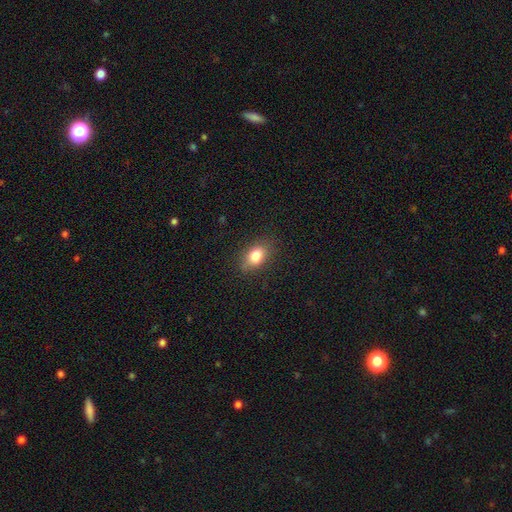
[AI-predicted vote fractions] Morphology: type=smooth (82%); roundness=in between (82%); merging=none (81%).